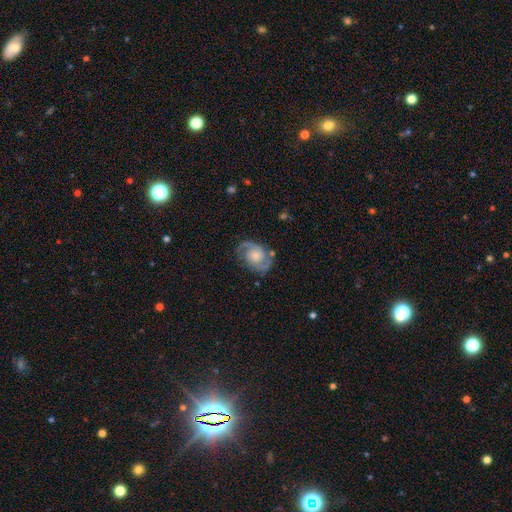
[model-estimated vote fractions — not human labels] Smooth or featured?
  - featured or disk: 87% *
  - smooth: 8%
  - star or artifact: 5%
Edge-on disk?
  - no: 98% *
  - yes: 2%
Bar?
  - no: 70% *
  - weak: 25%
  - strong: 5%
Spiral arms?
  - yes: 97% *
  - no: 3%
Spiral winding?
  - medium: 54% *
  - tight: 32%
  - loose: 14%
Spiral arm count?
  - 2: 92% *
  - can't tell: 3%
  - 1: 2%
  - 3: 2%
  - 4: 1%
  - more than 4: 1%
Bulge size?
  - small: 43% *
  - moderate: 40%
  - large: 8%
  - none: 8%
  - dominant: 2%
Merging?
  - none: 79% *
  - minor disturbance: 14%
  - major disturbance: 5%
  - merger: 2%